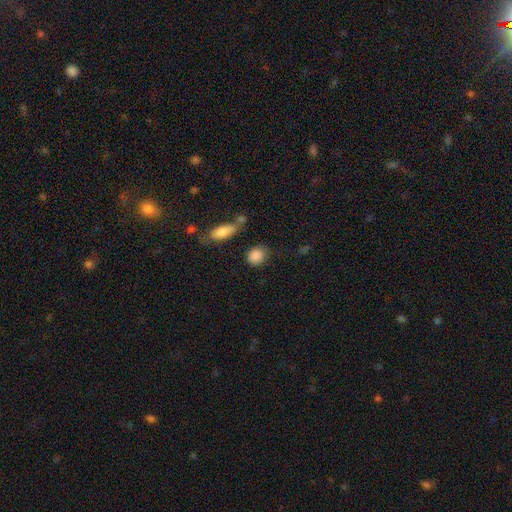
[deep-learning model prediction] Smooth or featured? Predicted: smooth (p=0.88). How rounded? Predicted: round (p=0.65). Merging? Predicted: none (p=0.69).